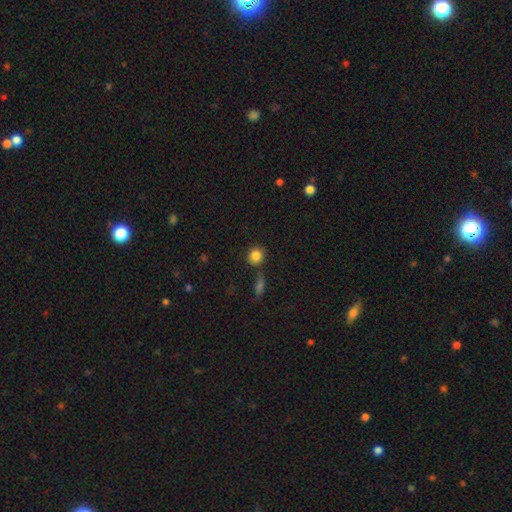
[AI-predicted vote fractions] Smooth or featured?
  - smooth: 85% *
  - star or artifact: 10%
  - featured or disk: 6%
How rounded?
  - round: 85% *
  - in between: 14%
  - cigar-shaped: 1%
Merging?
  - none: 79% *
  - minor disturbance: 10%
  - merger: 8%
  - major disturbance: 3%